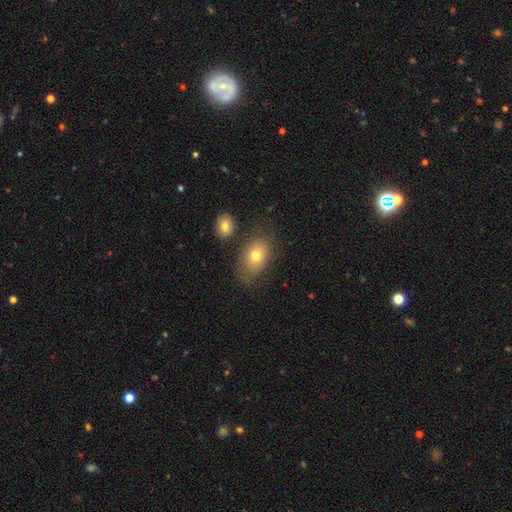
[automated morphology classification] The model was most divided on "merging": none: 69%, minor disturbance: 17%, merger: 8%, major disturbance: 7%. More confident: how rounded — in between (78%); smooth or featured — smooth (74%).